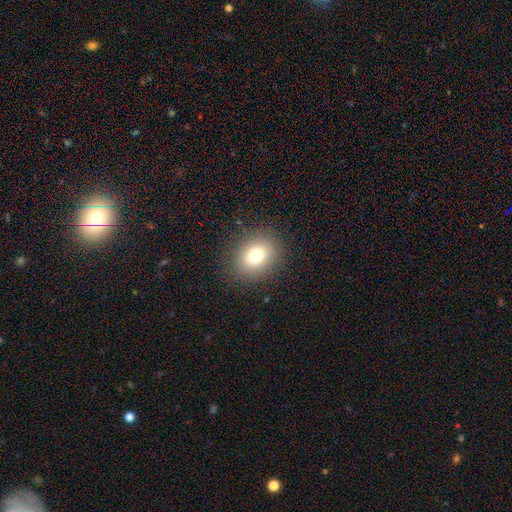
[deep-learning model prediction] smooth_or_featured: smooth (p=0.78) [alt: star or artifact p=0.11]
how_rounded: in between (p=0.50) [alt: round p=0.49]
merging: none (p=0.86) [alt: minor disturbance p=0.09]